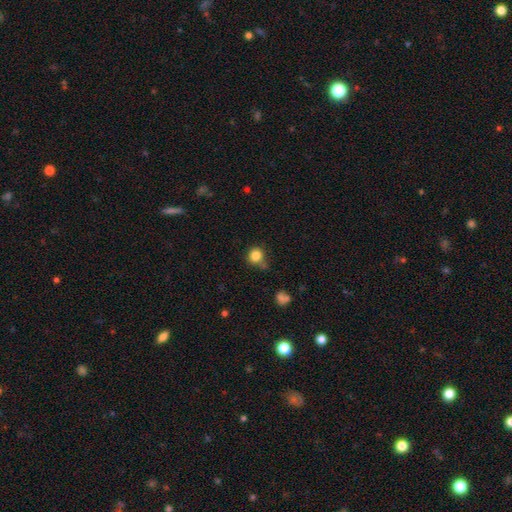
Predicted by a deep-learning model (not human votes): smooth_or_featured: smooth (p=0.83) [alt: star or artifact p=0.11]
how_rounded: round (p=0.90) [alt: in between p=0.09]
merging: none (p=0.70) [alt: minor disturbance p=0.16]